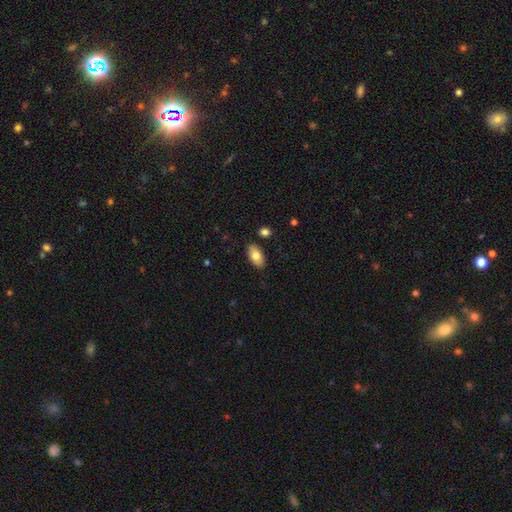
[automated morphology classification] A smooth galaxy with no disk features (79%) that is in between round and cigar-shaped (94%). Merging: none (87%).